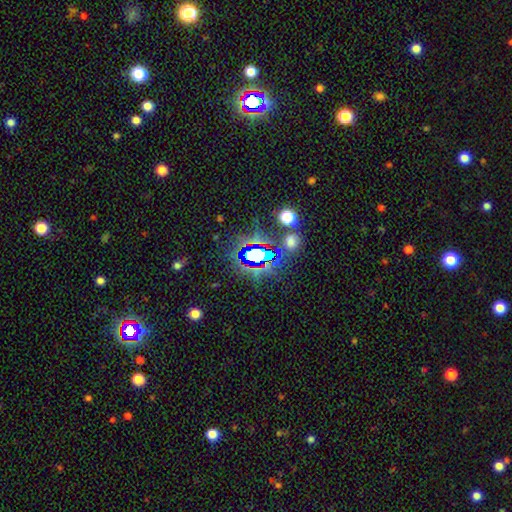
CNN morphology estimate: A star or artifact, not a galaxy (71%).

Vote fractions:
- Smooth or featured? star or artifact: 71% / smooth: 18% / featured or disk: 11%